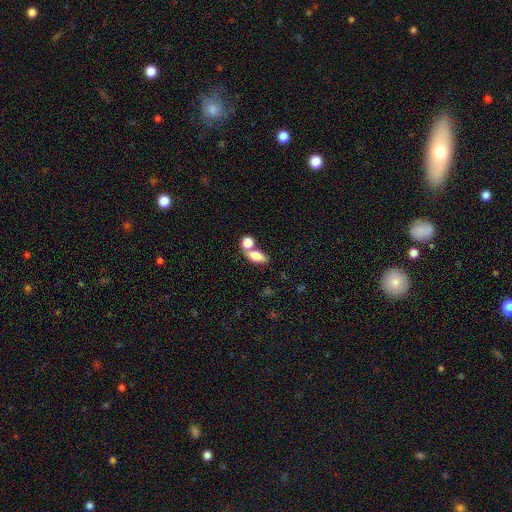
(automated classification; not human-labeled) smooth 80%, featured or disk 12%, star or artifact 8%. Down the decision tree: how rounded — in between (80%); merging — merger (48%).